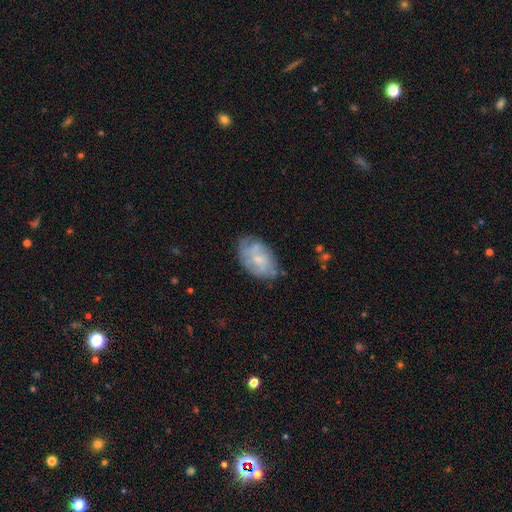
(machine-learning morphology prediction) Smooth or featured: smooth — 48% (featured or disk — 44%)
Merging: none — 61% (minor disturbance — 26%)